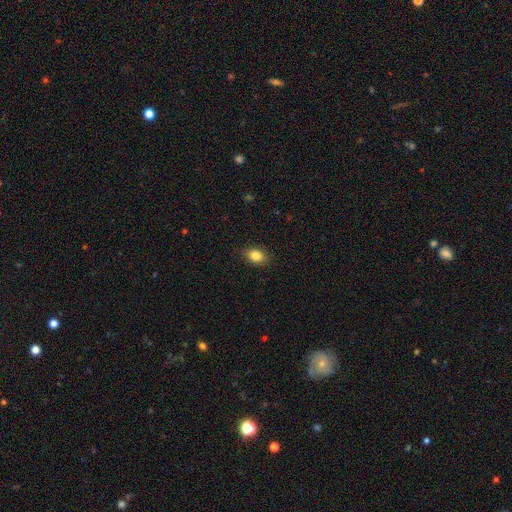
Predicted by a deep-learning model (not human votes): smooth 84%, star or artifact 9%, featured or disk 6%. Down the decision tree: how rounded — in between (71%); merging — none (87%).